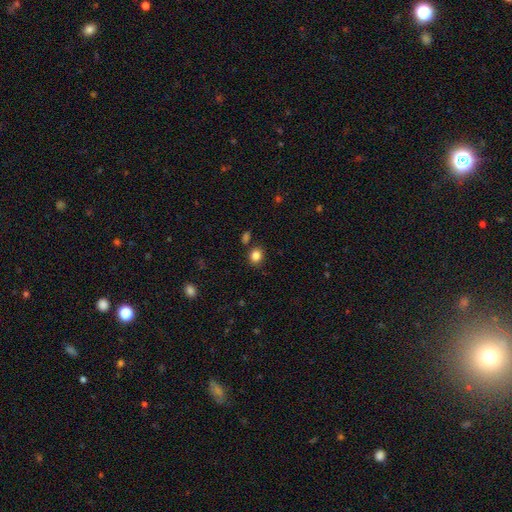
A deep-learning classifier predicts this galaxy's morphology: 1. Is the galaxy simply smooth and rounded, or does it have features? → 84% smooth, 11% star or artifact, 5% featured or disk.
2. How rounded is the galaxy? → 67% round, 32% in between, 1% cigar-shaped.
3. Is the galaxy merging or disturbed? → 82% none, 10% minor disturbance, 5% merger, 3% major disturbance.